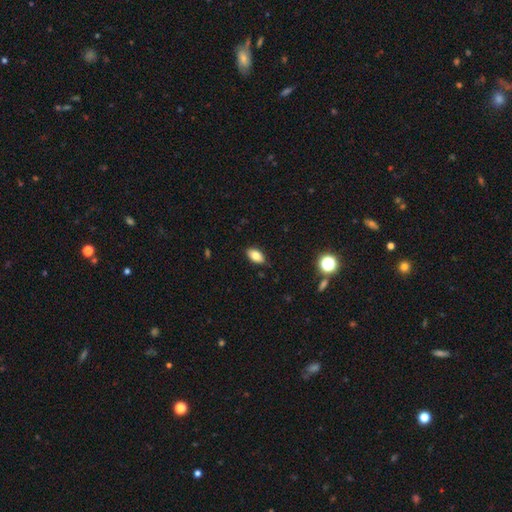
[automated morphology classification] smooth 82%, star or artifact 9%, featured or disk 9%. Down the decision tree: how rounded — in between (91%); merging — none (87%).